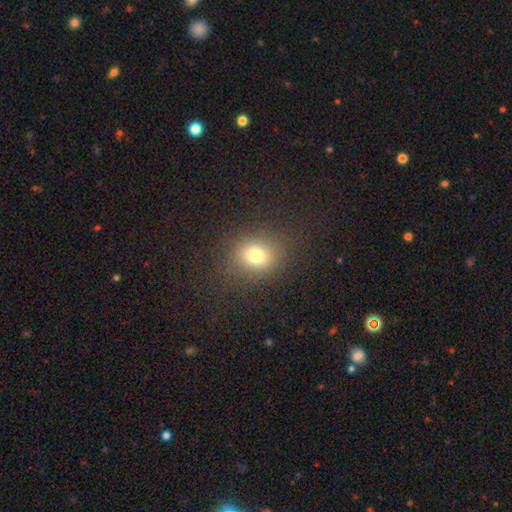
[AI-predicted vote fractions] smooth_or_featured: smooth (p=0.74) [alt: star or artifact p=0.17]
how_rounded: round (p=0.67) [alt: in between p=0.32]
merging: none (p=0.84) [alt: minor disturbance p=0.09]